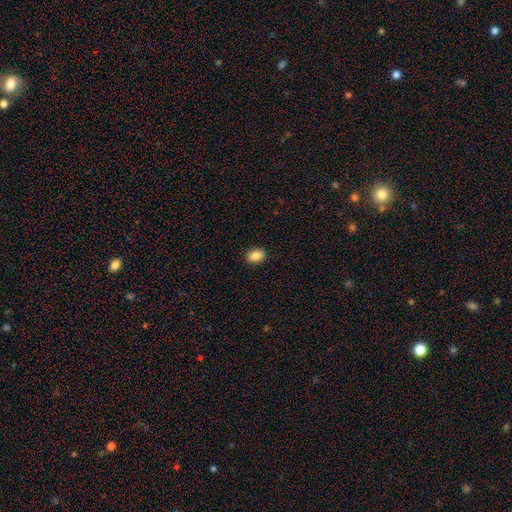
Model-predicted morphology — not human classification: Q: Smooth or featured?
A: smooth (88%); runner-up: star or artifact (9%)
Q: How rounded?
A: in between (77%); runner-up: round (22%)
Q: Merging?
A: none (90%); runner-up: minor disturbance (7%)